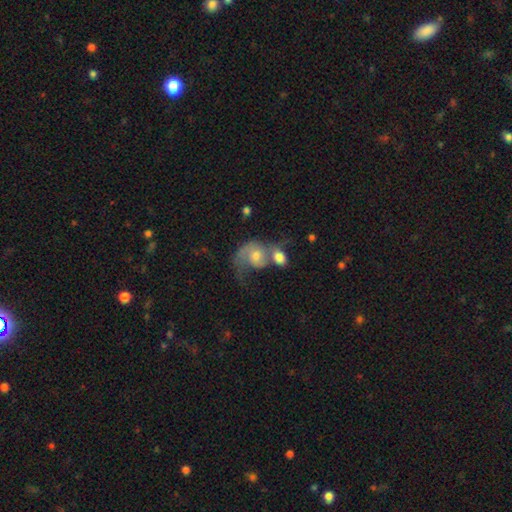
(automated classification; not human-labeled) Morphology: type=featured or disk (53%); edge-on=no (97%); bar=no (76%); spiral arms=yes (78%); bulge=moderate (53%); merging=merger (57%).